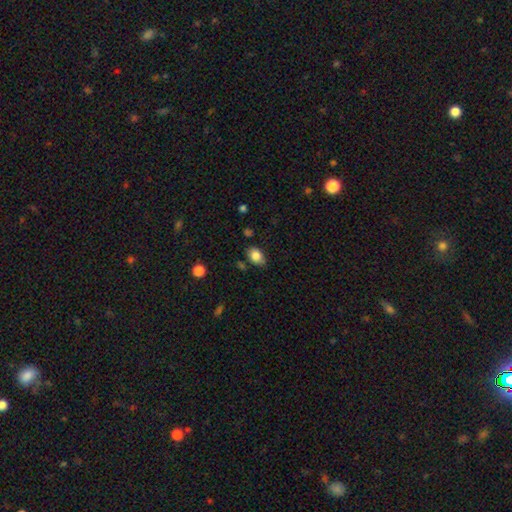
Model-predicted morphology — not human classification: smooth-or-featured: smooth: 83% | star or artifact: 9% | featured or disk: 8%
  how-rounded: in between: 82% | round: 17% | cigar-shaped: 1%
  merging: none: 77% | minor disturbance: 17% | major disturbance: 3% | merger: 3%